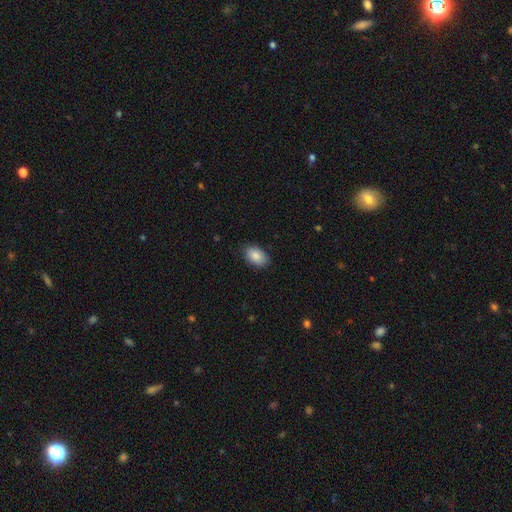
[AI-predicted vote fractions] Smooth or featured? Predicted: smooth (p=0.87). How rounded? Predicted: in between (p=0.91). Merging? Predicted: none (p=0.85).